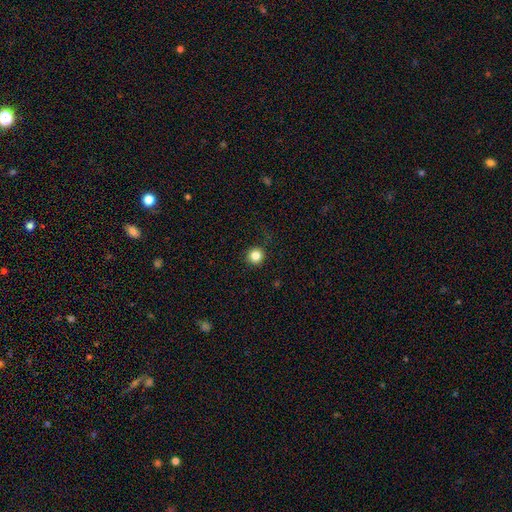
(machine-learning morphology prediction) The model was most divided on "smooth or featured": smooth: 84%, star or artifact: 12%, featured or disk: 5%. More confident: how rounded — round (95%); merging — none (90%).